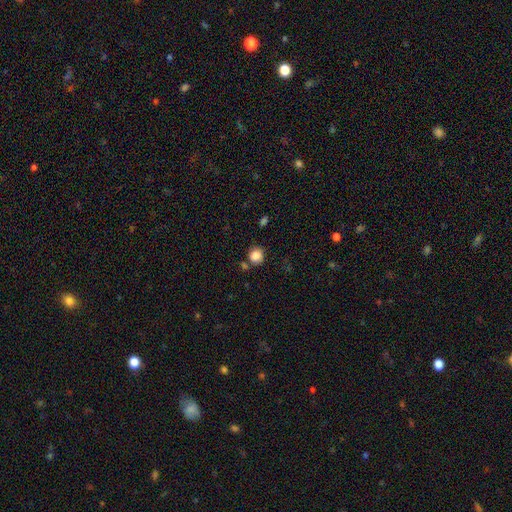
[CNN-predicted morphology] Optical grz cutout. It shows a smooth galaxy with no disk features (86%) that is round (86%). Merging: none (73%).